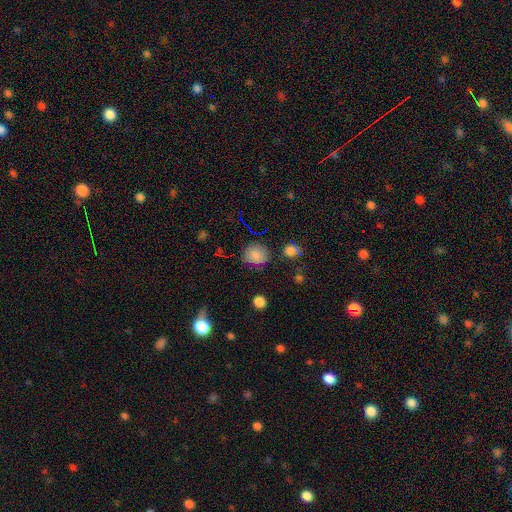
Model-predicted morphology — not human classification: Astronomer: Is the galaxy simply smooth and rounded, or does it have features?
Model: smooth — 79%.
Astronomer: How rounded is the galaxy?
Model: round — 85%.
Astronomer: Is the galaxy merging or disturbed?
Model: none — 79%.